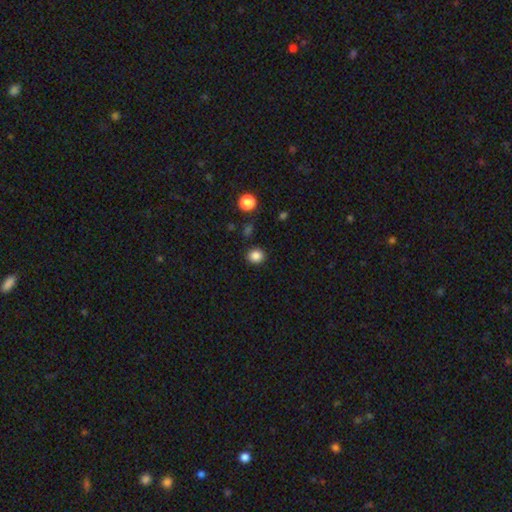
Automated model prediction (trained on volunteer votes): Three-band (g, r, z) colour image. It shows a smooth galaxy with no disk features (85%) that is round (80%). Merging: none (89%).